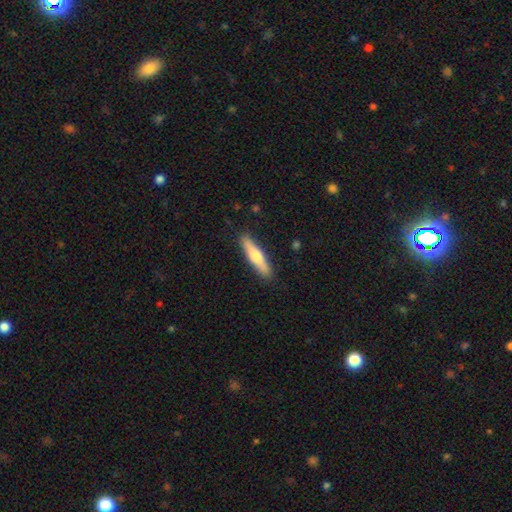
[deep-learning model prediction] This appears to be a smooth galaxy with no disk features (58%) that is cigar-shaped (82%). Merging: none (89%).